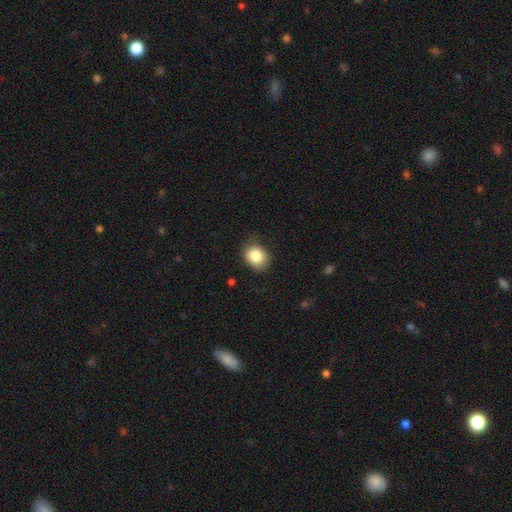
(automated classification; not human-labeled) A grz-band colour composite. It shows a smooth galaxy with no disk features (85%) that is round (58%). Merging: none (77%).